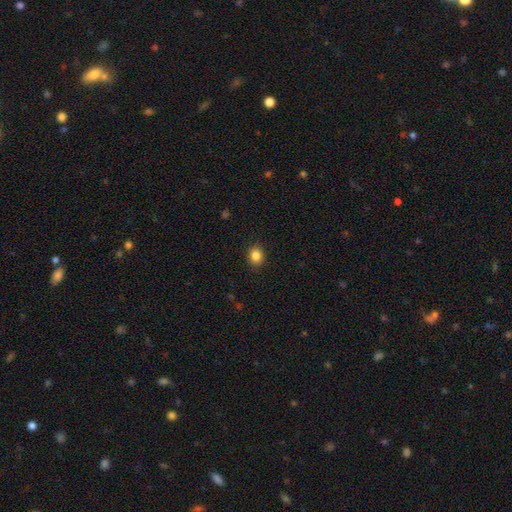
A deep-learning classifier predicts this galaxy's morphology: type=smooth (85%); roundness=round (67%); merging=none (90%).